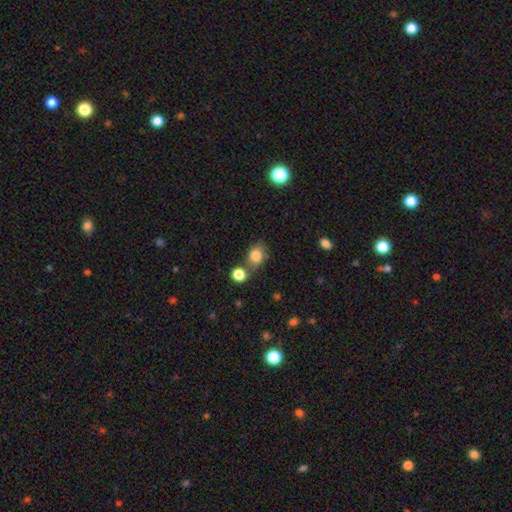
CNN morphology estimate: Smooth or featured: smooth — 82% (star or artifact — 10%)
How rounded: in between — 55% (round — 44%)
Merging: none — 62% (merger — 17%)